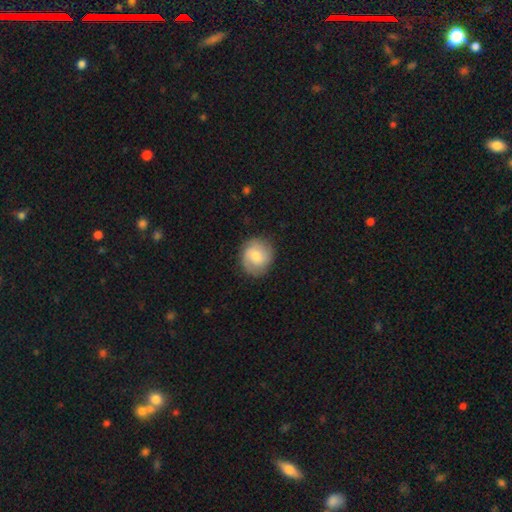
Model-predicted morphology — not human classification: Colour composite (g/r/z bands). It shows a smooth galaxy with no disk features (51%) that is round (84%). Merging: none (81%).